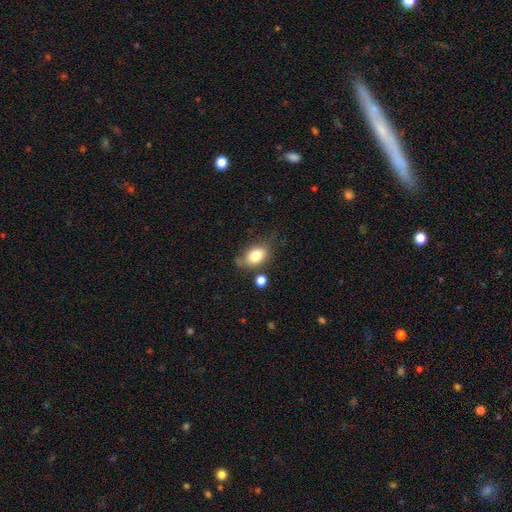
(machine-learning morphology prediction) Smooth or featured?
  - smooth: 79% *
  - featured or disk: 12%
  - star or artifact: 8%
How rounded?
  - in between: 81% *
  - round: 17%
  - cigar-shaped: 2%
Merging?
  - none: 60% *
  - minor disturbance: 24%
  - merger: 8%
  - major disturbance: 8%